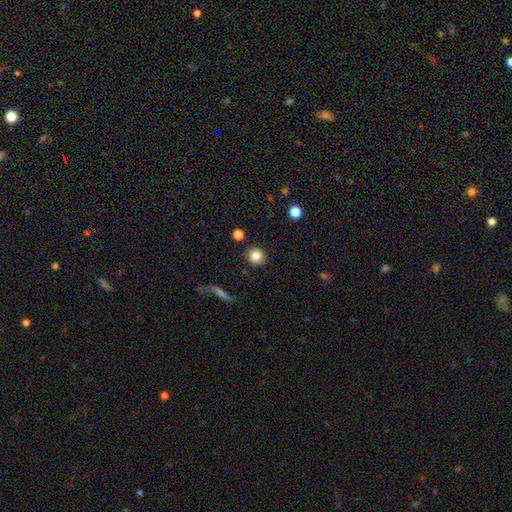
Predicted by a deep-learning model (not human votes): The model was most divided on "smooth or featured": smooth: 83%, star or artifact: 10%, featured or disk: 7%. More confident: how rounded — round (93%); merging — none (89%).